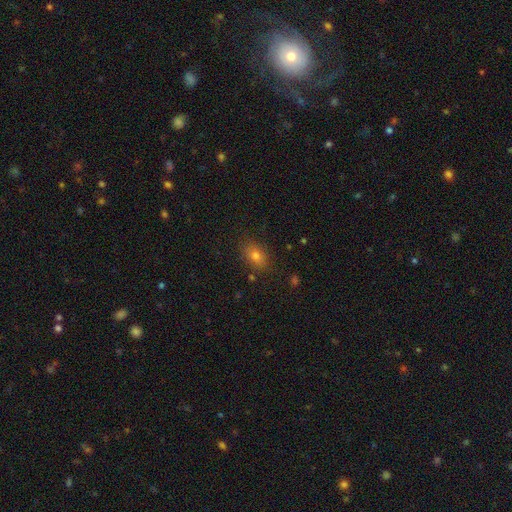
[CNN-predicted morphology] This is likely a smooth galaxy (74%). How rounded: likely in between (77%). Merging: clearly none (84%).